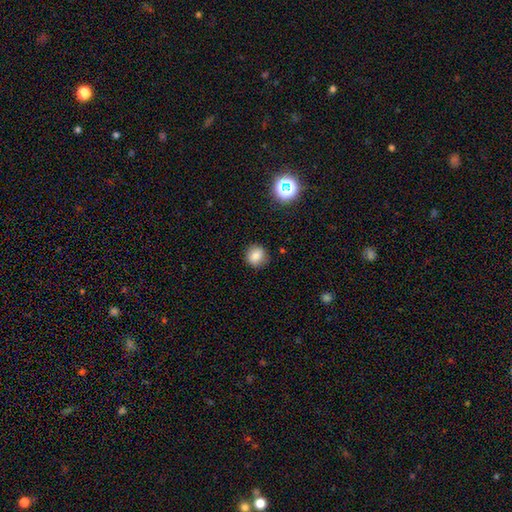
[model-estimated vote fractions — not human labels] Smooth or featured? Predicted: smooth (p=0.82). How rounded? Predicted: round (p=0.85). Merging? Predicted: none (p=0.87).